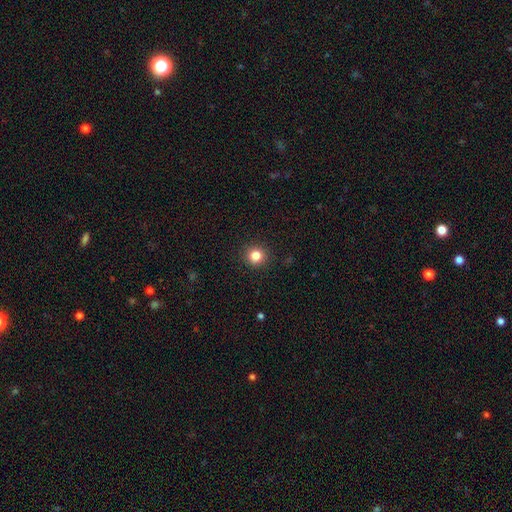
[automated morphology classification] smooth-or-featured: smooth: 83% | star or artifact: 12% | featured or disk: 5%
  how-rounded: round: 92% | in between: 7% | cigar-shaped: 1%
  merging: none: 91% | minor disturbance: 6% | major disturbance: 2% | merger: 1%